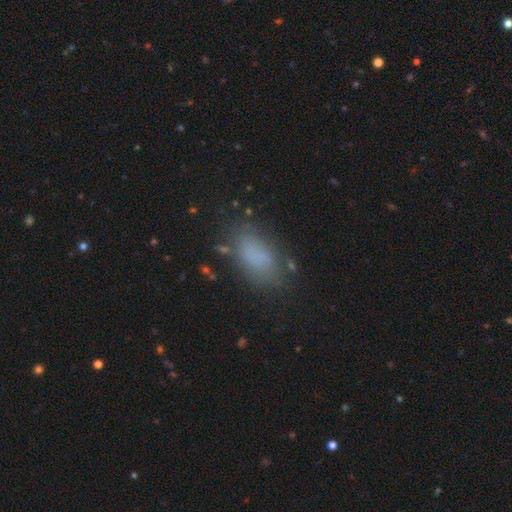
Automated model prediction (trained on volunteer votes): Morphology: type=smooth (79%); roundness=in between (91%); merging=none (71%).